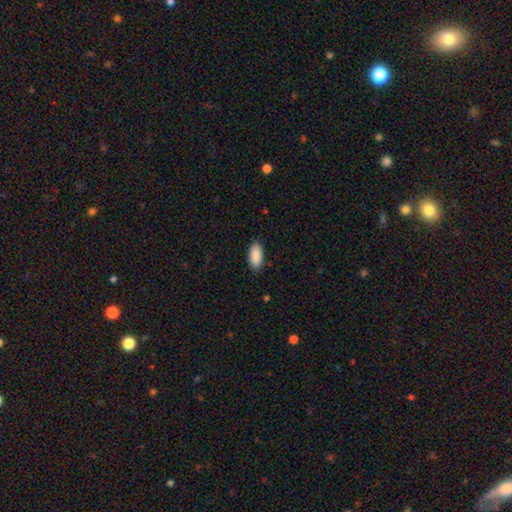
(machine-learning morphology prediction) The model was most divided on "merging": none: 88%, minor disturbance: 9%, major disturbance: 2%, merger: 1%. More confident: how rounded — in between (91%); smooth or featured — smooth (91%).